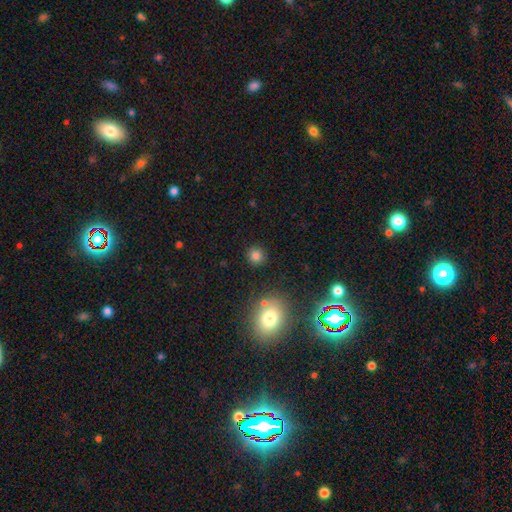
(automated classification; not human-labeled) Overall: smooth (81%). How rounded: round (91%). Merging: none (87%).